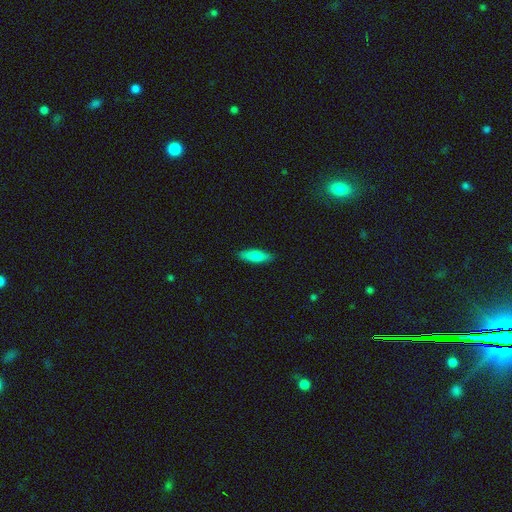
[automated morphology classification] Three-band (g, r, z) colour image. It shows a smooth galaxy with no disk features (75%) that is cigar-shaped (50%). Merging: none (88%).